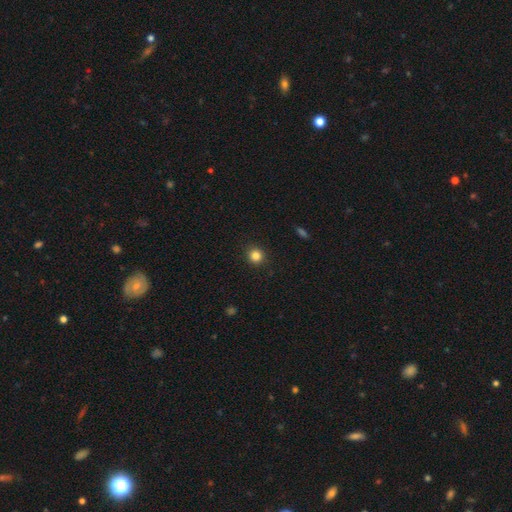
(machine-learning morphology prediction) smooth_or_featured: smooth (p=0.84) [alt: star or artifact p=0.12]
how_rounded: round (p=0.93) [alt: in between p=0.07]
merging: none (p=0.91) [alt: minor disturbance p=0.06]